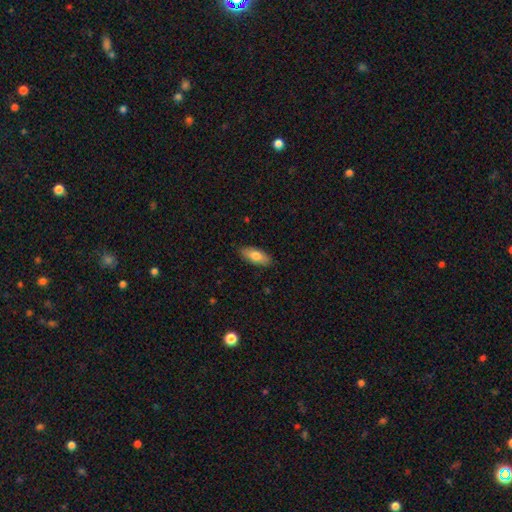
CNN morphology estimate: smooth-or-featured: smooth: 80% | featured or disk: 14% | star or artifact: 6%
  how-rounded: in between: 83% | cigar-shaped: 14% | round: 2%
  merging: none: 88% | minor disturbance: 9% | major disturbance: 2% | merger: 1%